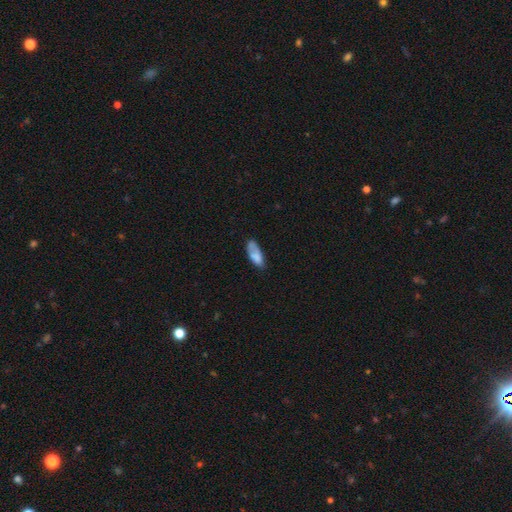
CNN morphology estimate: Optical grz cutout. It shows a smooth galaxy with no disk features (74%) that is in between round and cigar-shaped (80%). Merging: none (49%).